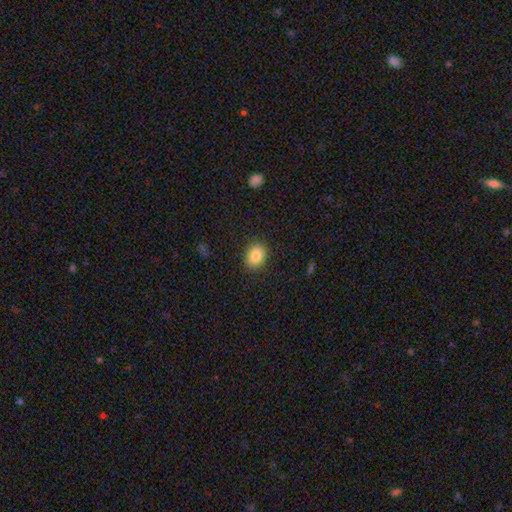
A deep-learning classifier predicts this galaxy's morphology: A smooth galaxy with no disk features (85%) that is in between round and cigar-shaped (54%). Merging: none (88%).